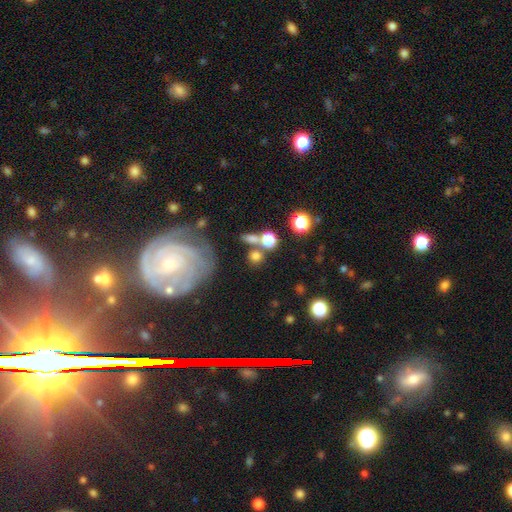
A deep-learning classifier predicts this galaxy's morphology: A smooth galaxy with no disk features (73%) that is round (77%). Merging: none (59%).